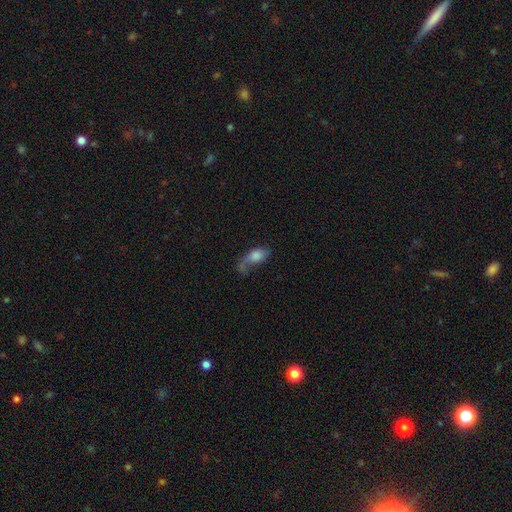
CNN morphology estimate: A smooth galaxy with no disk features (60%) that is in between round and cigar-shaped (82%).

Vote fractions:
- Smooth or featured? smooth: 60% / featured or disk: 30% / star or artifact: 10%
- How rounded? in between: 82% / round: 10% / cigar-shaped: 8%
- Merging? major disturbance: 36% / none: 29% / minor disturbance: 23% / merger: 12%